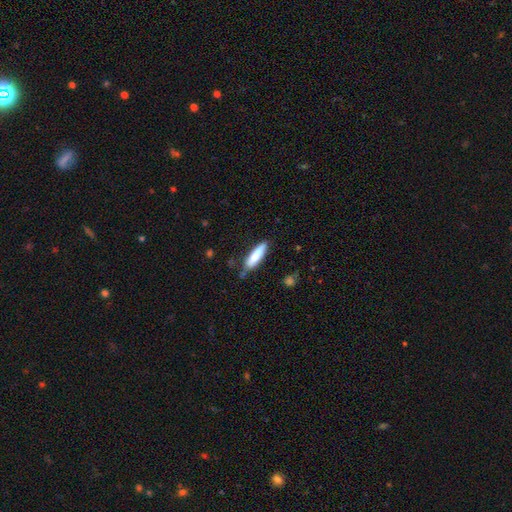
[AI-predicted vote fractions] Smooth or featured? smooth (78%)
How rounded? cigar-shaped (72%)
Merging? none (74%)